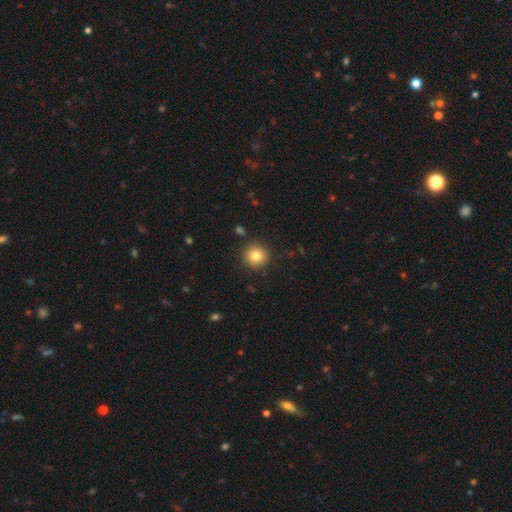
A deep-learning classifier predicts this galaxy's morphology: type=smooth (82%); roundness=round (93%); merging=none (88%).